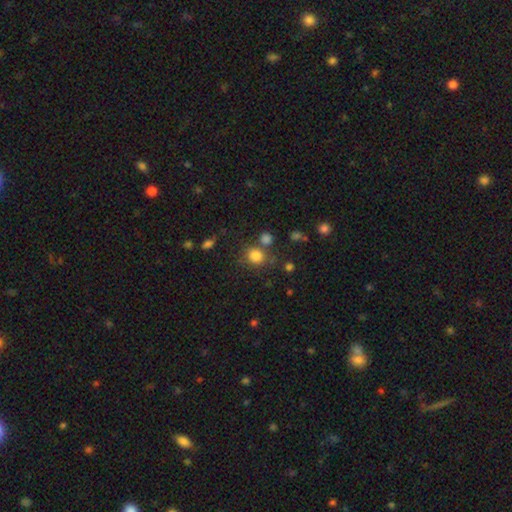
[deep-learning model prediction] This appears to be a smooth galaxy with no disk features (81%) that is round (80%). Merging: none (69%).